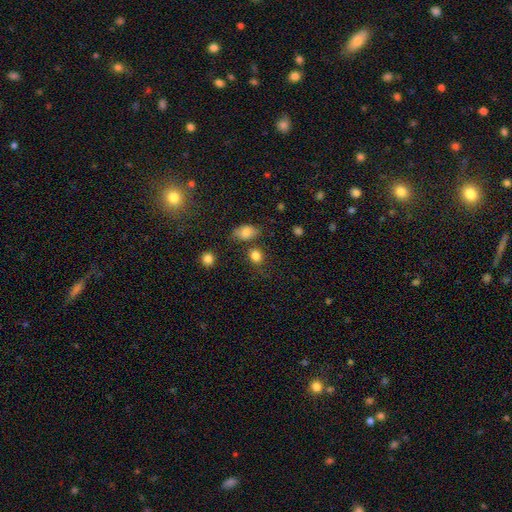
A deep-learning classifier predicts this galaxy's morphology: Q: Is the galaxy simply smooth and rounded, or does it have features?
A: smooth — 83%.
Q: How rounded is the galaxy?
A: round — 67%.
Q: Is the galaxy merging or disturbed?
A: none — 71%.